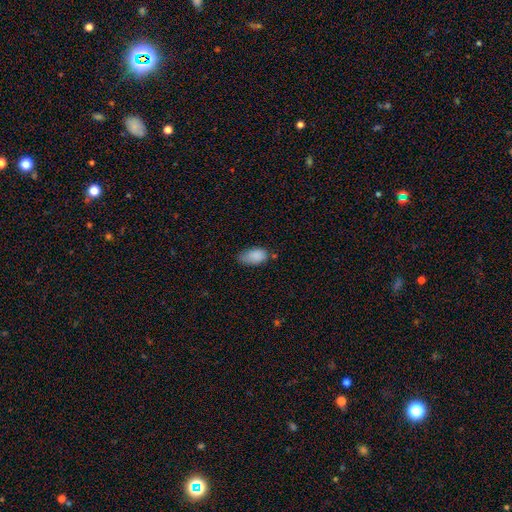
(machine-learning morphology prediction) smooth_or_featured: smooth (p=0.86) [alt: star or artifact p=0.08]
how_rounded: in between (p=0.93) [alt: round p=0.05]
merging: none (p=0.52) [alt: minor disturbance p=0.36]